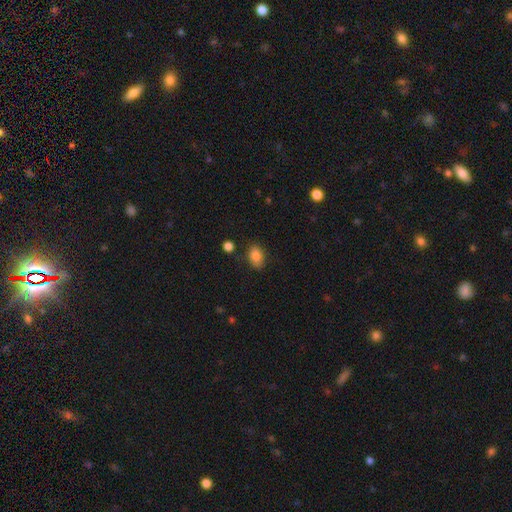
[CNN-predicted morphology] type=smooth (84%); roundness=in between (81%); merging=none (80%).